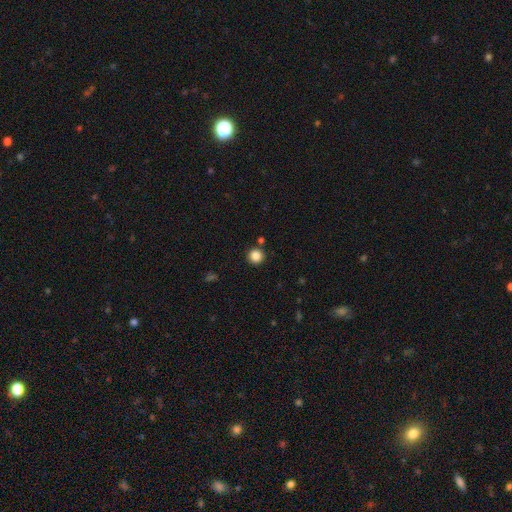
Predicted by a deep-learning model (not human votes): This appears to be a smooth galaxy with no disk features (85%) that is round (95%). Merging: none (88%).